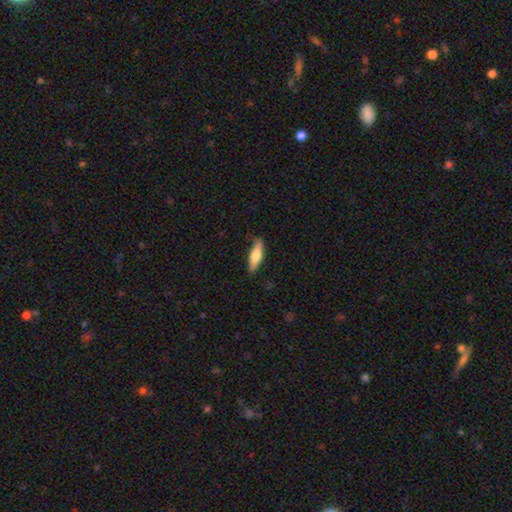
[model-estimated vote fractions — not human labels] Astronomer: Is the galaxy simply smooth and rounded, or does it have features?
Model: smooth — 62%.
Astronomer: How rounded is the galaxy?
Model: cigar-shaped — 66%.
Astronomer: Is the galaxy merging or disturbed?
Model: none — 85%.